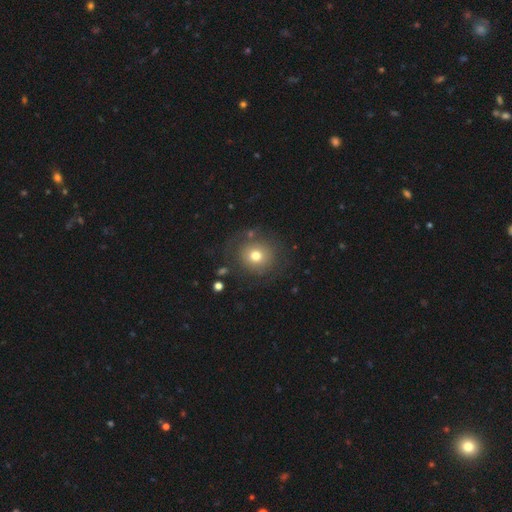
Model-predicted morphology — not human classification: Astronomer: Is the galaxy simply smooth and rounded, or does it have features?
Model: smooth — 70%.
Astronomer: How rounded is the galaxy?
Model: round — 87%.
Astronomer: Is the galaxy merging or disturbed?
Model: none — 77%.